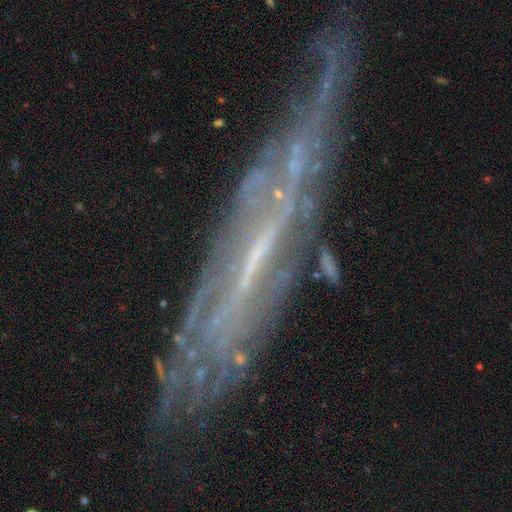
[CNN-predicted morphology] Q: Smooth or featured?
A: featured or disk (79%); runner-up: smooth (12%)
Q: Edge-on disk?
A: yes (53%); runner-up: no (47%)
Q: Merging?
A: none (56%); runner-up: minor disturbance (25%)